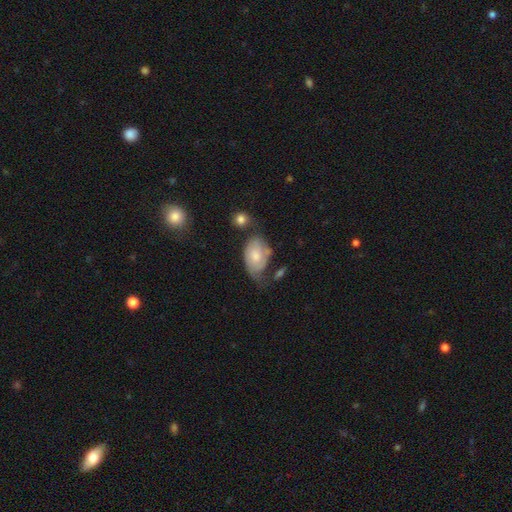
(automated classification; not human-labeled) smooth-or-featured: featured or disk: 48% | smooth: 45% | star or artifact: 7%
  merging: none: 33% | minor disturbance: 32% | major disturbance: 23% | merger: 11%